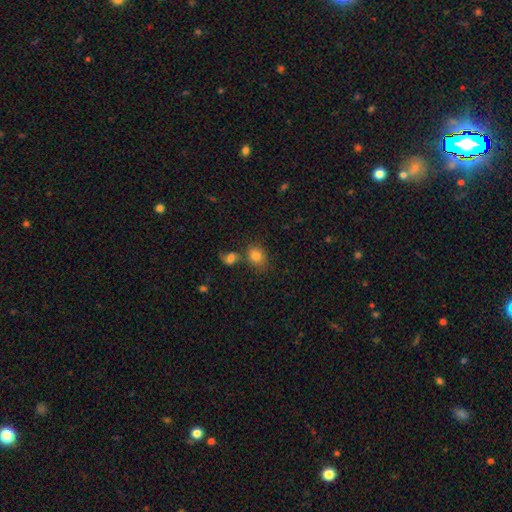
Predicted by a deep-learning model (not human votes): Morphology: type=smooth (81%); roundness=round (50%); merging=none (57%).